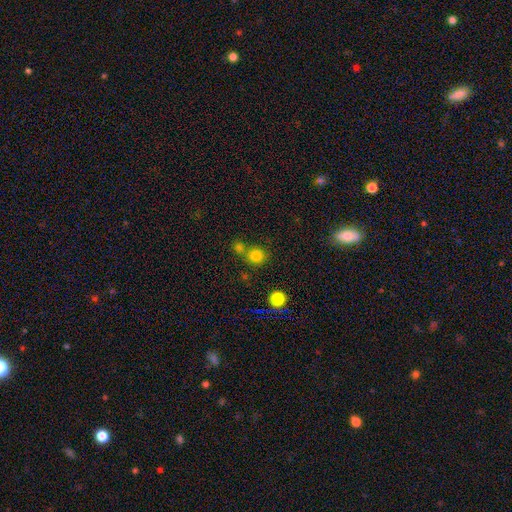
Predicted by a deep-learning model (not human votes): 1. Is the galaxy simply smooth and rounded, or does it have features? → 79% smooth, 16% star or artifact, 6% featured or disk.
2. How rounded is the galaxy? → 89% round, 10% in between, 1% cigar-shaped.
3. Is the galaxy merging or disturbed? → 60% none, 28% merger, 8% minor disturbance, 3% major disturbance.